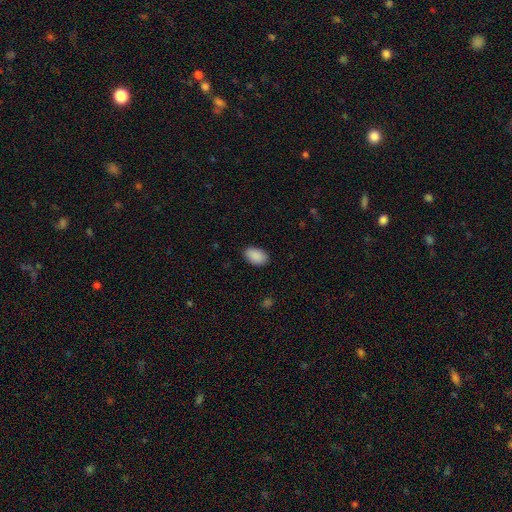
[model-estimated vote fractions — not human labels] smooth-or-featured: smooth: 91% | star or artifact: 7% | featured or disk: 3%
  how-rounded: in between: 92% | round: 7% | cigar-shaped: 1%
  merging: none: 87% | minor disturbance: 10% | major disturbance: 2% | merger: 1%